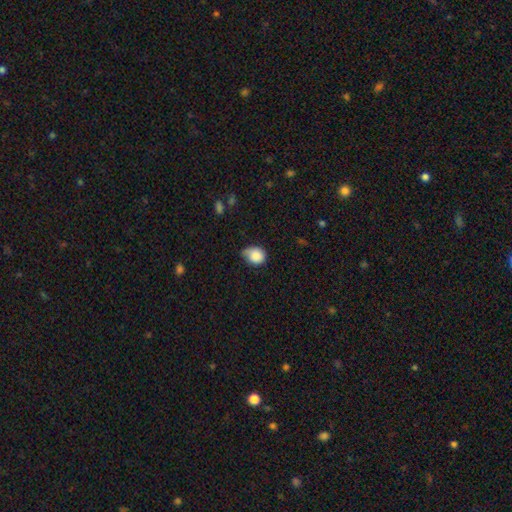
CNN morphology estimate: Smooth or featured? smooth (86%)
How rounded? round (66%)
Merging? minor disturbance (45%)